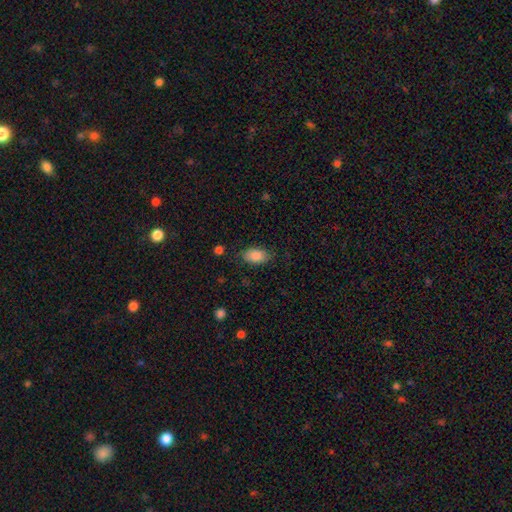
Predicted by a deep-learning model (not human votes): This appears to be a smooth galaxy with no disk features (86%) that is in between round and cigar-shaped (91%). Merging: none (81%).